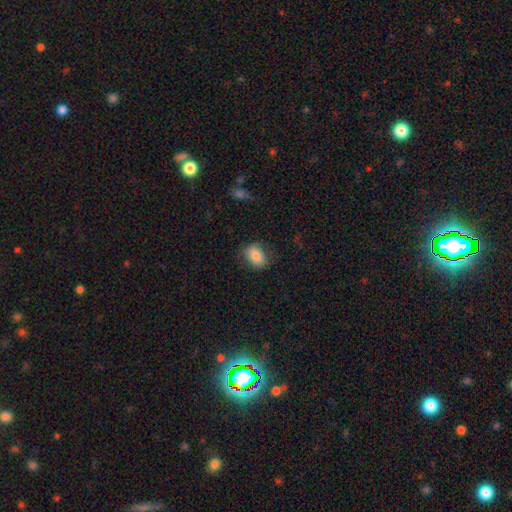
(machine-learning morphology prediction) Overall: smooth (81%). How rounded: in between (76%). Merging: none (76%).